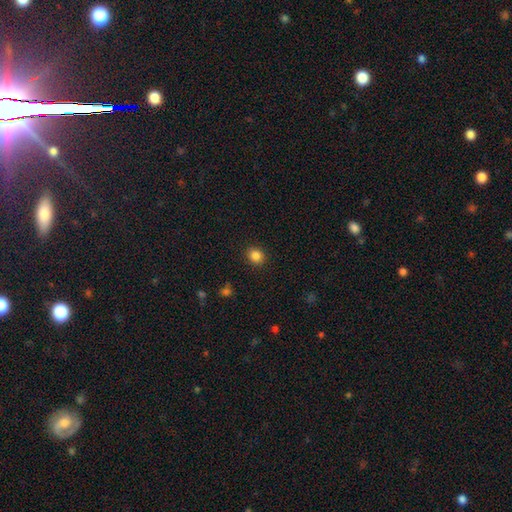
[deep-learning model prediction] This is clearly a smooth galaxy (85%). How rounded: likely round (72%). Merging: clearly none (90%).